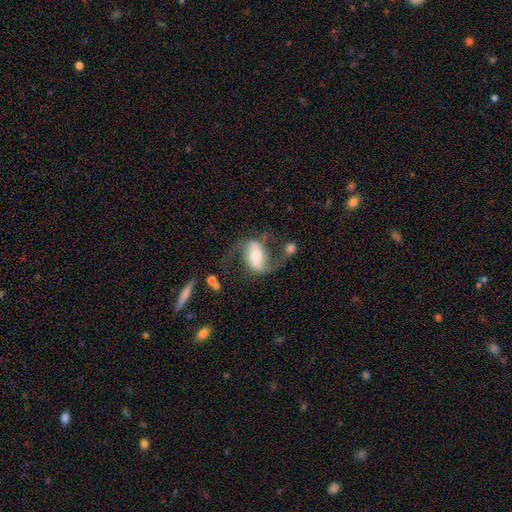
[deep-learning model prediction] A featured or disk galaxy (82%) with a strong bar (50%), 2 (92%) loose (64%) spiral arms (93%) and a moderate central bulge (53%). Merging: none (54%).